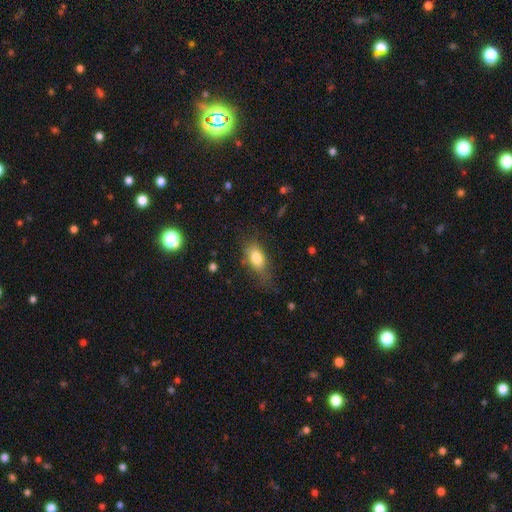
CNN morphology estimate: Overall: smooth (75%). How rounded: in between (79%). Merging: none (61%; minor disturbance 26%).